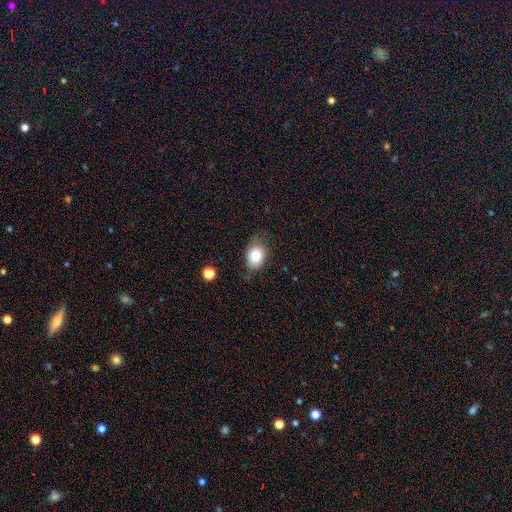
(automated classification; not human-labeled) Morphology: type=smooth (80%); roundness=in between (65%); merging=none (63%).